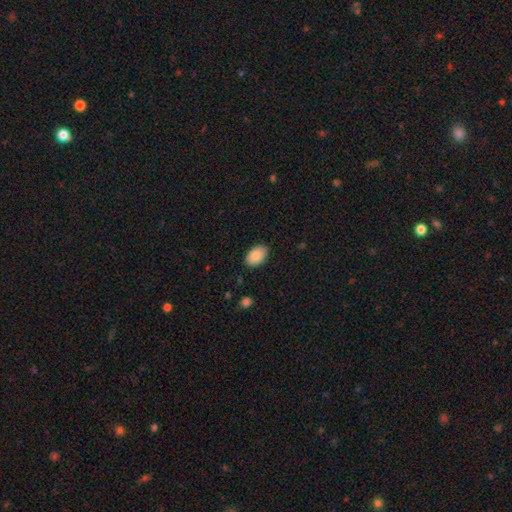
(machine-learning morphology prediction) A smooth galaxy with no disk features (89%) that is in between round and cigar-shaped (91%).

Vote fractions:
- Smooth or featured? smooth: 89% / star or artifact: 6% / featured or disk: 5%
- How rounded? in between: 91% / round: 8% / cigar-shaped: 1%
- Merging? none: 84% / minor disturbance: 12% / major disturbance: 2% / merger: 1%